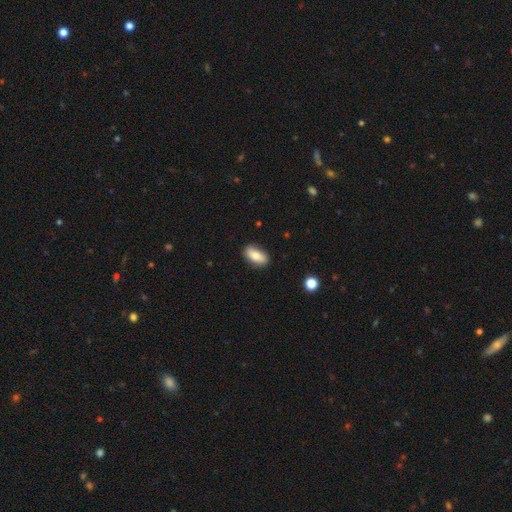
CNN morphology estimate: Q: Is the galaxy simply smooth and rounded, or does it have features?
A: smooth — 81%.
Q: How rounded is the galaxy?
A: in between — 90%.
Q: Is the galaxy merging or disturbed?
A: none — 86%.